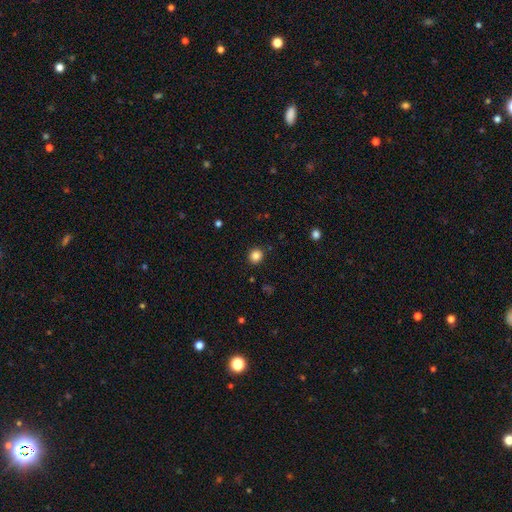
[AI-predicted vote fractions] Morphology: type=smooth (84%); roundness=round (85%); merging=none (90%).